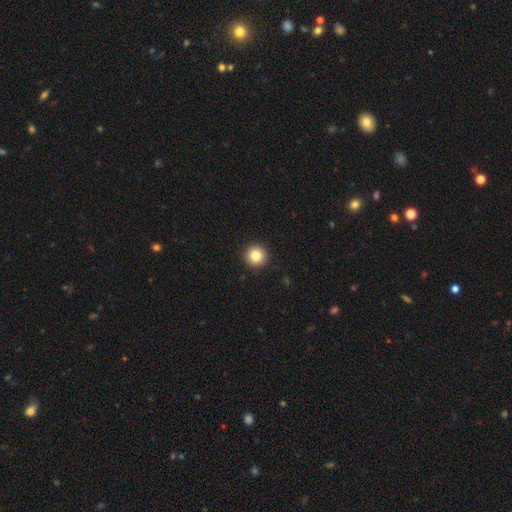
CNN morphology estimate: smooth-or-featured: smooth: 83% | star or artifact: 10% | featured or disk: 6%
  how-rounded: round: 96% | in between: 3% | cigar-shaped: 1%
  merging: none: 93% | minor disturbance: 4% | major disturbance: 2% | merger: 1%